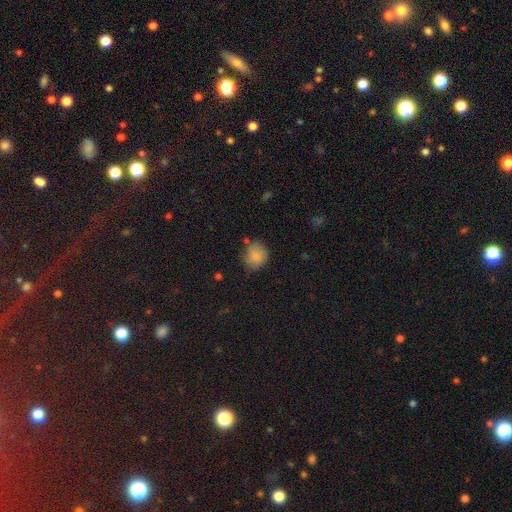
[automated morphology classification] Smooth or featured? Predicted: smooth (p=0.85). How rounded? Predicted: round (p=0.80). Merging? Predicted: none (p=0.68).